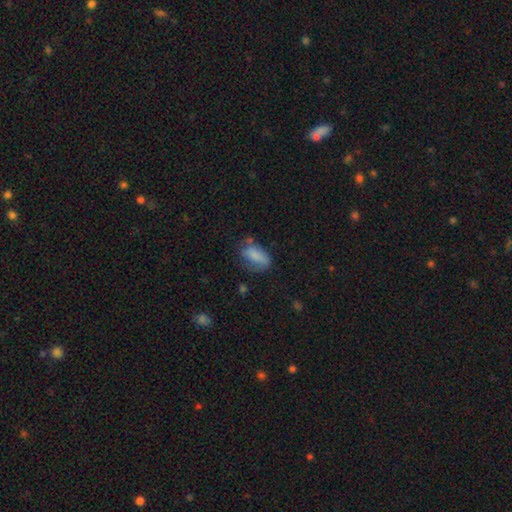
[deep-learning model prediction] Morphology: type=smooth (78%); roundness=in between (84%); merging=none (49%).